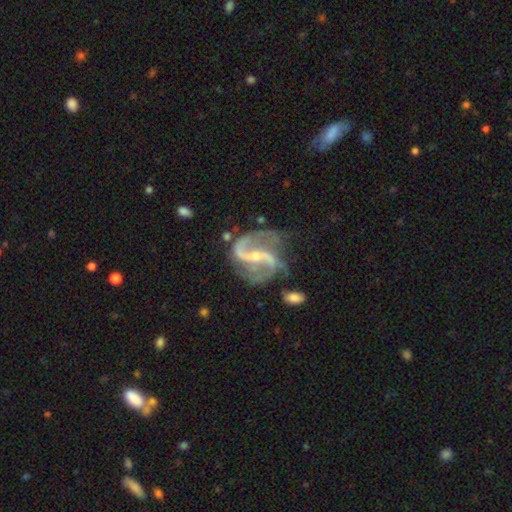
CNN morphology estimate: featured or disk 92%, star or artifact 5%, smooth 3%. Down the decision tree: edge-on disk — no (98%); bar — strong (49%); spiral arms — yes (98%); spiral arm count — 2 (88%); spiral winding — loose (48%); bulge size — small (66%); merging — none (63%).